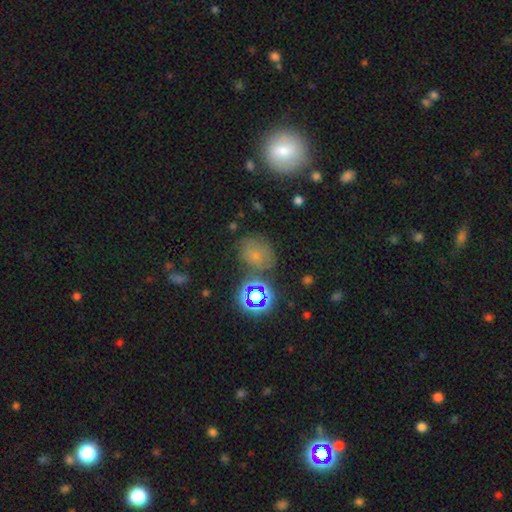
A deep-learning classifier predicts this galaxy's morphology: A smooth galaxy with no disk features (60%) that is round (59%). Merging: none (64%).